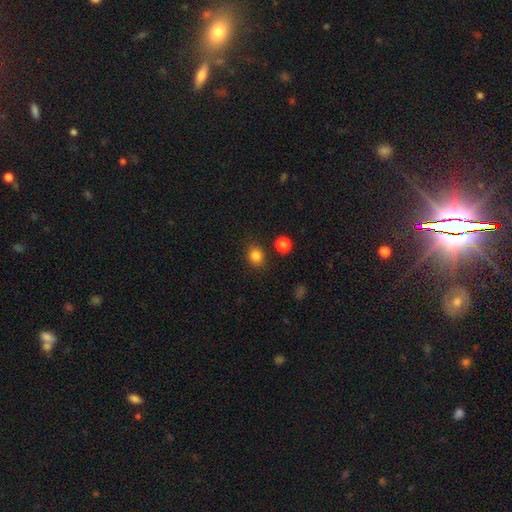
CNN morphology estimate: smooth-or-featured: smooth: 83% | star or artifact: 12% | featured or disk: 4%
  how-rounded: round: 69% | in between: 30% | cigar-shaped: 1%
  merging: none: 85% | minor disturbance: 9% | merger: 4% | major disturbance: 3%